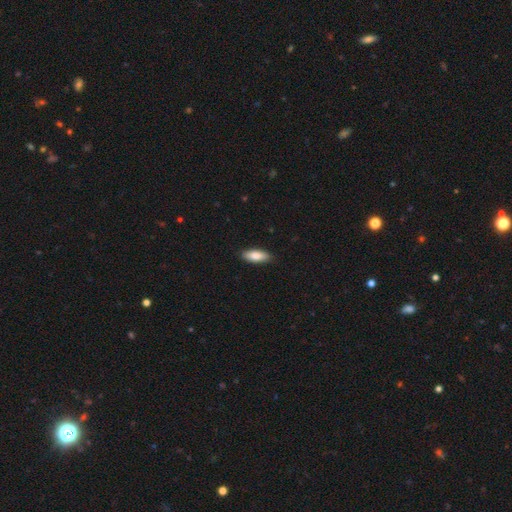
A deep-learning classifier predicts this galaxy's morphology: Smooth or featured? smooth (84%)
How rounded? in between (73%)
Merging? none (89%)